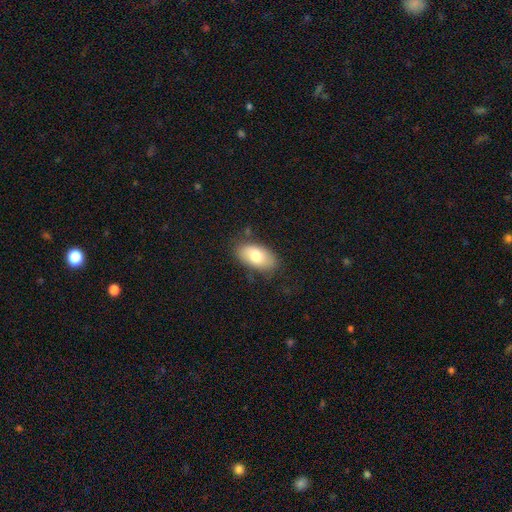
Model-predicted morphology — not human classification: smooth_or_featured: smooth (p=0.78) [alt: featured or disk p=0.16]
how_rounded: in between (p=0.93) [alt: round p=0.04]
merging: none (p=0.77) [alt: minor disturbance p=0.17]